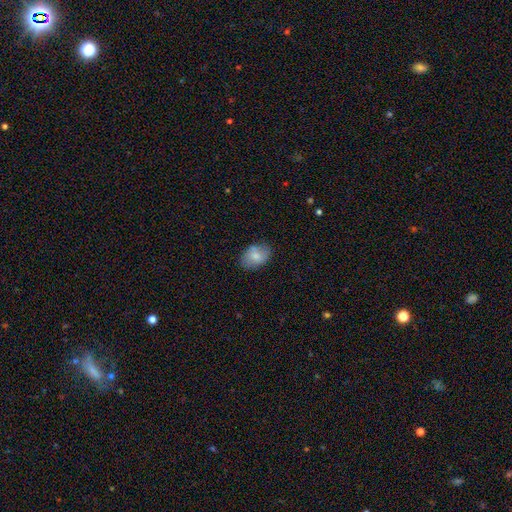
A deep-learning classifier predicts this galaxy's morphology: A smooth galaxy with no disk features (78%) that is in between round and cigar-shaped (85%).

Vote fractions:
- Smooth or featured? smooth: 78% / featured or disk: 15% / star or artifact: 7%
- How rounded? in between: 85% / round: 14% / cigar-shaped: 1%
- Merging? none: 76% / minor disturbance: 18% / major disturbance: 4% / merger: 2%